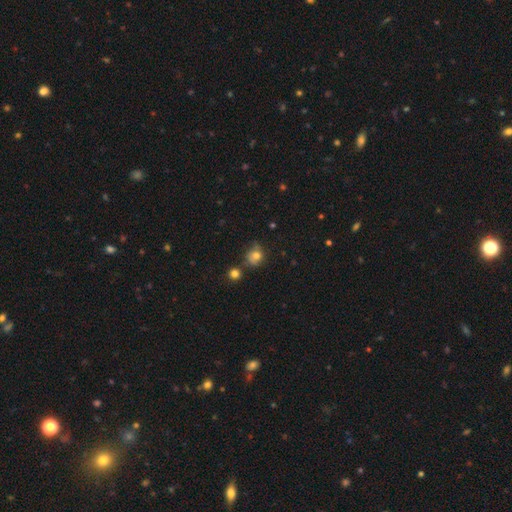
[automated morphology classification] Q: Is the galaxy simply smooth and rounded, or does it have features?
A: smooth — 74%.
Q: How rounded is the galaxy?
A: round — 76%.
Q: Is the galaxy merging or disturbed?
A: none — 60%.